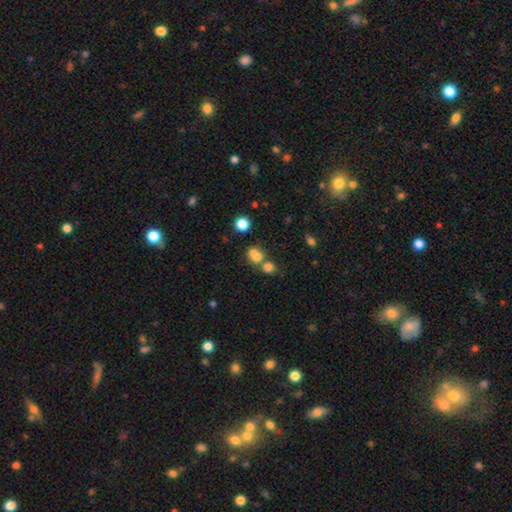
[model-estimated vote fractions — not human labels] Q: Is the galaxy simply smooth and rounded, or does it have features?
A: smooth — 72%.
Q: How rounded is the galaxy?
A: round — 65%.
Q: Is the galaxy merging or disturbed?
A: merger — 53%.